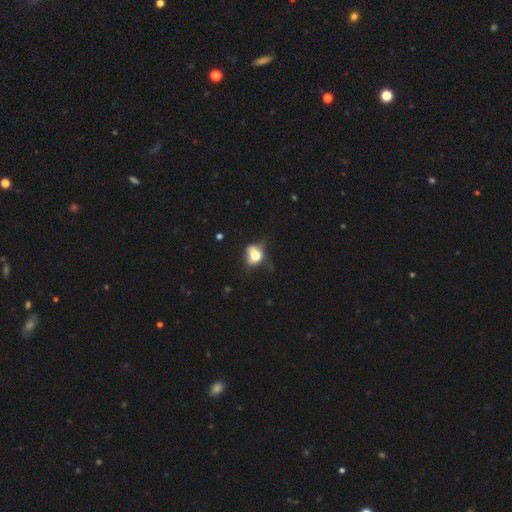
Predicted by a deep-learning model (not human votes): Overall: smooth (64%). How rounded: in between (56%; round 42%). Merging: none (37%; minor disturbance 31%).